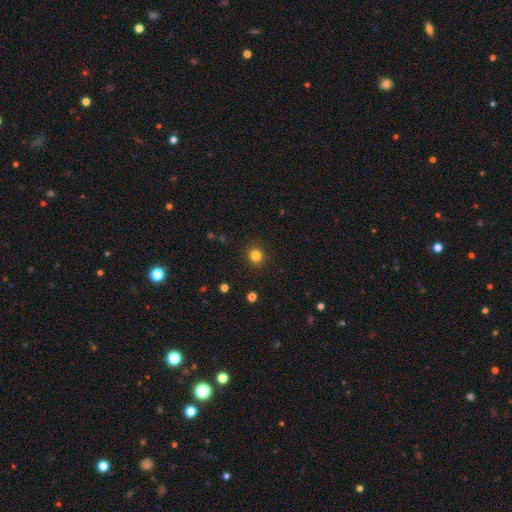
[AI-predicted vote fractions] The model was most divided on "how rounded": round: 84%, in between: 15%, cigar-shaped: 1%. More confident: merging — none (91%); smooth or featured — smooth (83%).